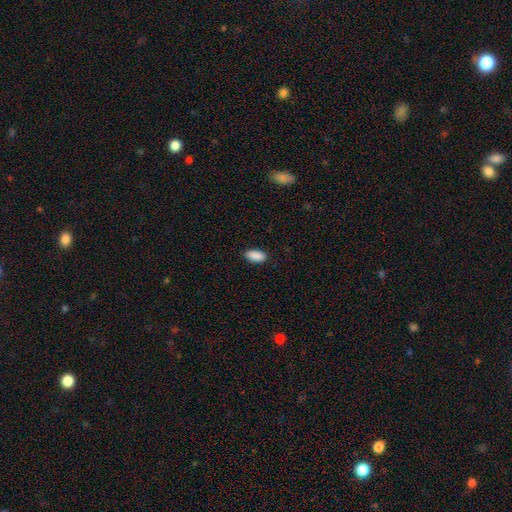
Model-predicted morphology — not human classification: smooth 90%, star or artifact 7%, featured or disk 3%. Down the decision tree: how rounded — in between (92%); merging — none (88%).